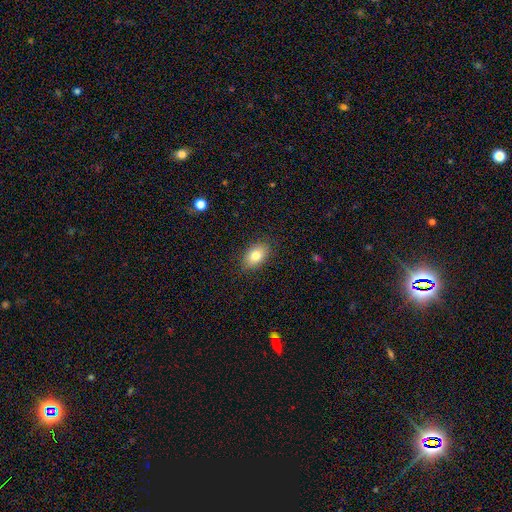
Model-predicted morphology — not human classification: Smooth or featured?
  - smooth: 81% *
  - featured or disk: 11%
  - star or artifact: 8%
How rounded?
  - in between: 86% *
  - round: 12%
  - cigar-shaped: 1%
Merging?
  - none: 86% *
  - minor disturbance: 11%
  - major disturbance: 2%
  - merger: 1%